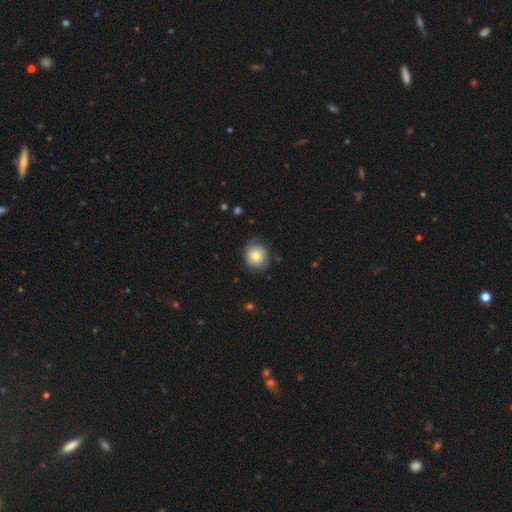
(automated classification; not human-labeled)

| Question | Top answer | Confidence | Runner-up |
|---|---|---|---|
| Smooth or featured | smooth | 62% | featured or disk (30%) |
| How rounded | round | 79% | in between (20%) |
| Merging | none | 72% | minor disturbance (21%) |